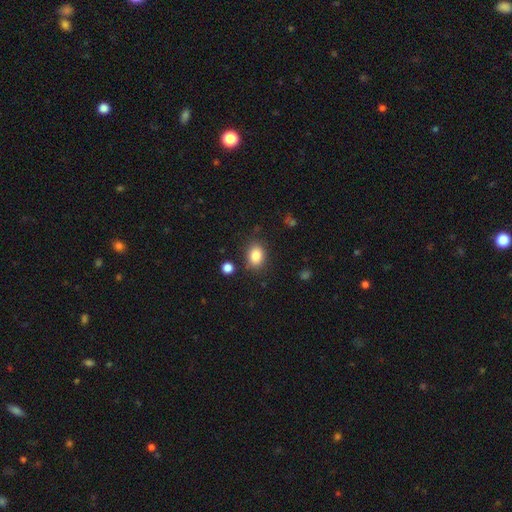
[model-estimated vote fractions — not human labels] A smooth galaxy with no disk features (85%) that is in between round and cigar-shaped (70%).

Vote fractions:
- Smooth or featured? smooth: 85% / star or artifact: 9% / featured or disk: 6%
- How rounded? in between: 70% / round: 29% / cigar-shaped: 1%
- Merging? none: 82% / minor disturbance: 11% / major disturbance: 4% / merger: 3%